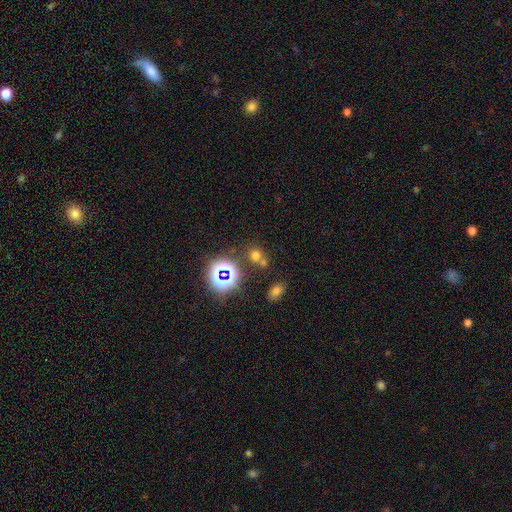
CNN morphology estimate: This appears to be a smooth galaxy with no disk features (58%) that is round (75%). Merging: none (59%).